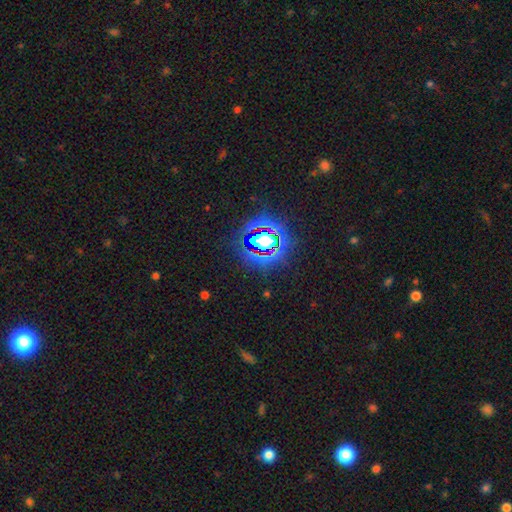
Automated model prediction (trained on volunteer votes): A star or artifact, not a galaxy (82%).